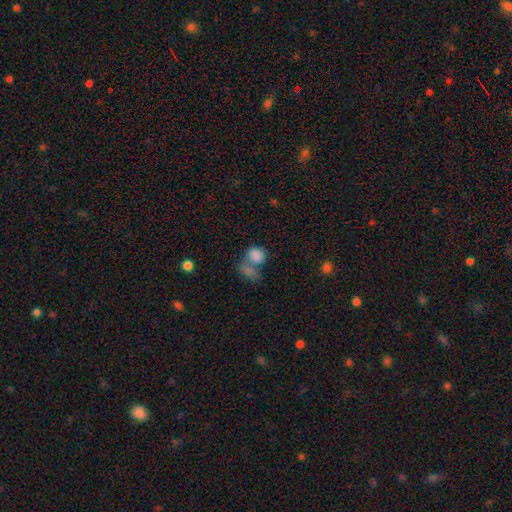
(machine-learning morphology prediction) Overall: smooth (80%). How rounded: round (58%; in between 40%). Merging: merger (56%; none 26%).